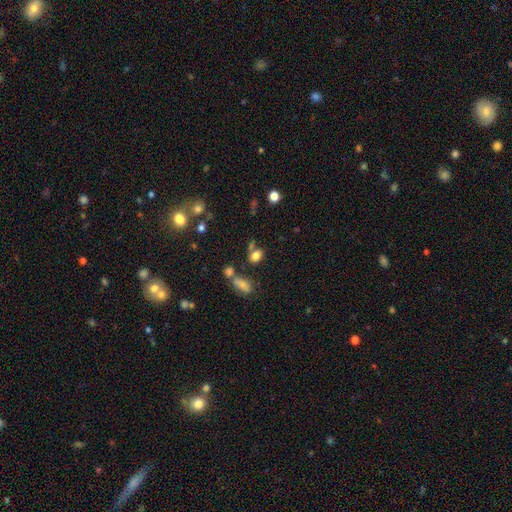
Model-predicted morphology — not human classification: smooth 79%, star or artifact 14%, featured or disk 8%. Down the decision tree: how rounded — in between (66%); merging — none (60%).